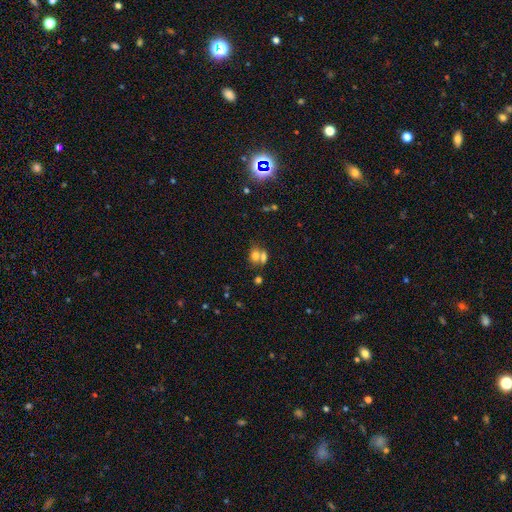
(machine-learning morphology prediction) A smooth galaxy with no disk features (68%) that is in between round and cigar-shaped (58%). Merging: merger (56%).